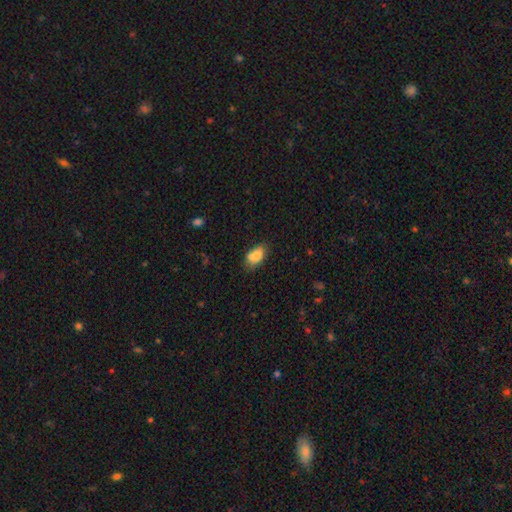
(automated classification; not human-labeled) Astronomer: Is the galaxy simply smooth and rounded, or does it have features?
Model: smooth — 81%.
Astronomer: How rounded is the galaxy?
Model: in between — 89%.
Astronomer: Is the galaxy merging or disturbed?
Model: none — 60%.